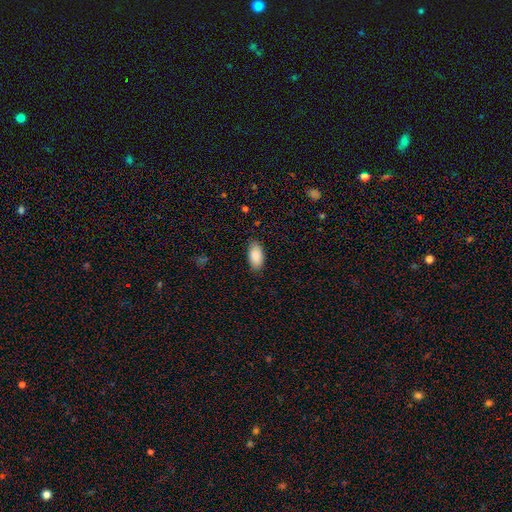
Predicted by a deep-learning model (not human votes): smooth 89%, star or artifact 6%, featured or disk 4%. Down the decision tree: how rounded — in between (94%); merging — none (83%).